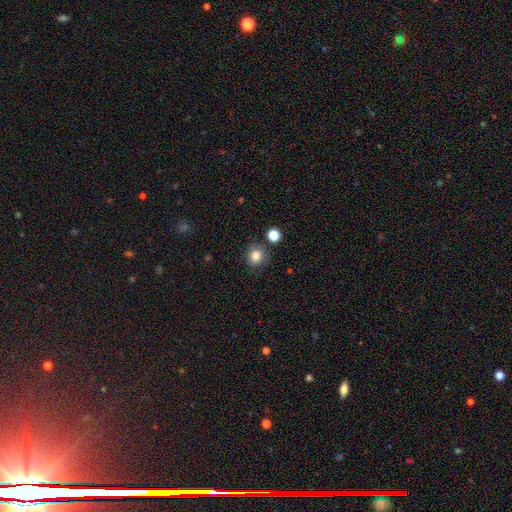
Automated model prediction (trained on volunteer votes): Smooth or featured? smooth (83%)
How rounded? round (85%)
Merging? none (83%)